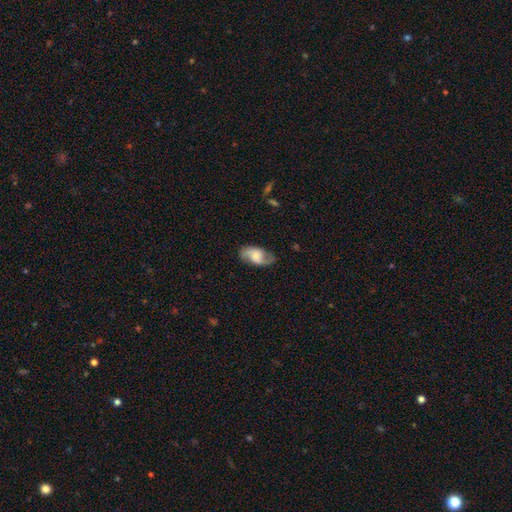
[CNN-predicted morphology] Smooth or featured? featured or disk (63%)
Edge-on disk? no (94%)
Bar? no (54%)
Spiral arms? yes (91%)
Spiral winding? medium (43%)
Spiral arm count? 2 (88%)
Bulge size? moderate (38%)
Merging? none (77%)